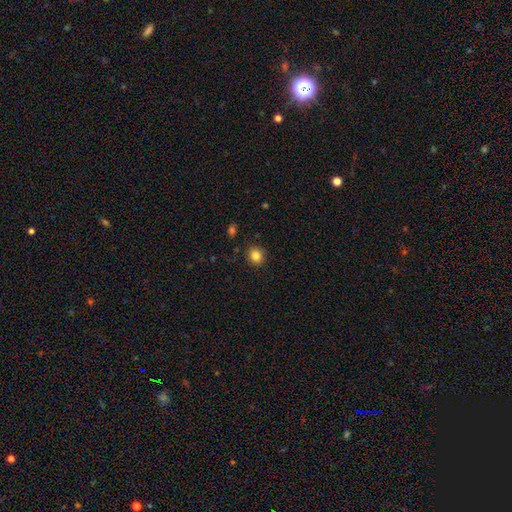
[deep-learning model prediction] Overall: smooth (84%). How rounded: round (83%). Merging: none (89%).